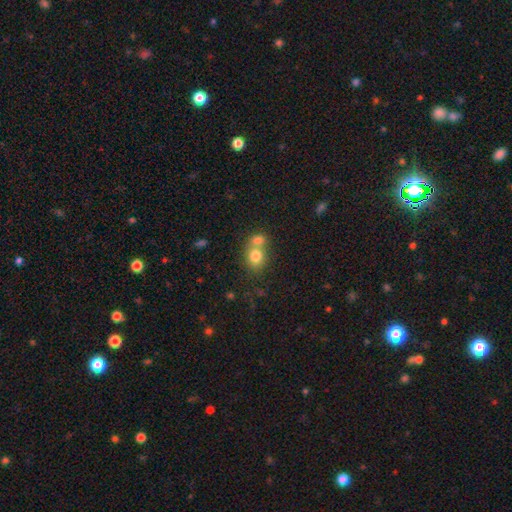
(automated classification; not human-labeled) This appears to be a smooth galaxy with no disk features (78%) that is round (62%). Merging: merger (55%).